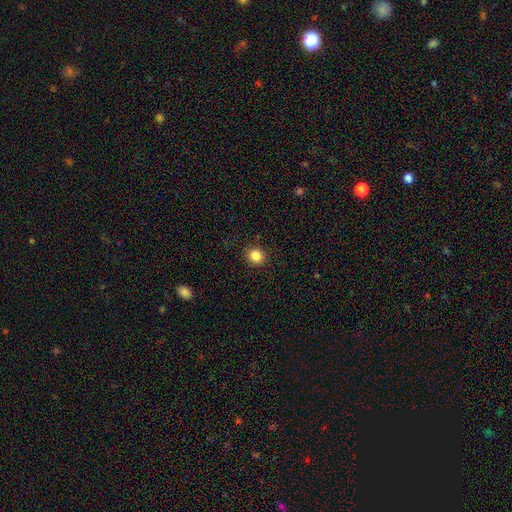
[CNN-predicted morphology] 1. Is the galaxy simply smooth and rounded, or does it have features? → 85% smooth, 11% star or artifact, 4% featured or disk.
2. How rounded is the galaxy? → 88% round, 11% in between, 1% cigar-shaped.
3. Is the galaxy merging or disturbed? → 91% none, 6% minor disturbance, 2% major disturbance, 1% merger.